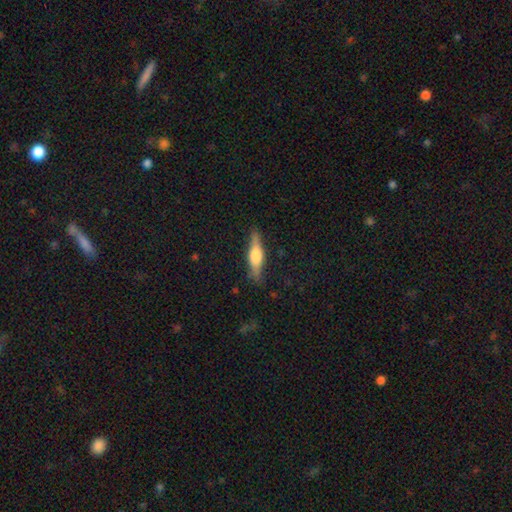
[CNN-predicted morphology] Overall: featured or disk (50%; smooth 43%). Edge-on disk: yes (94%). Merging: none (84%).